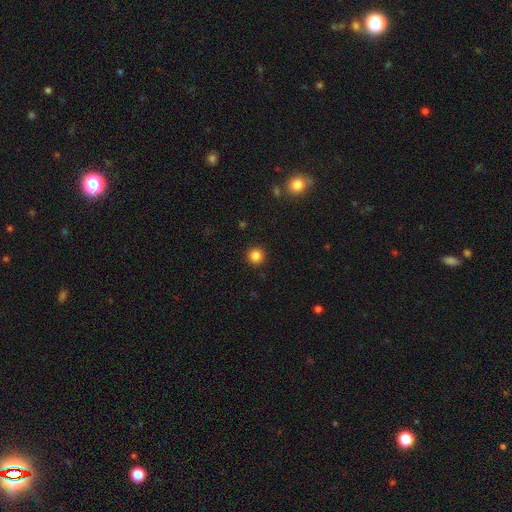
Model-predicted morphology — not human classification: smooth 85%, star or artifact 11%, featured or disk 4%. Down the decision tree: how rounded — round (95%); merging — none (93%).